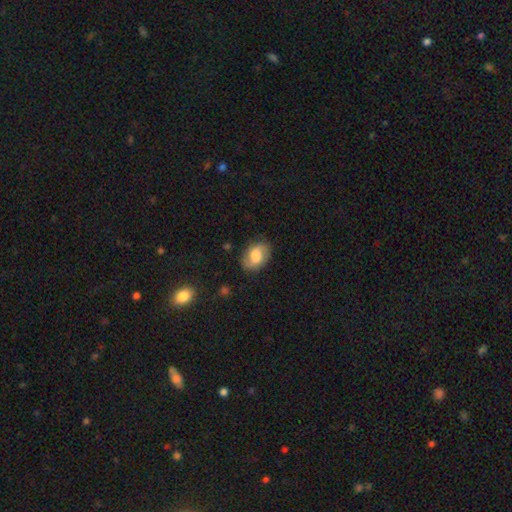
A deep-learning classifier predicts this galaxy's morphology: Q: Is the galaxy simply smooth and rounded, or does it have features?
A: smooth — 50%.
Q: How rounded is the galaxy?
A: in between — 78%.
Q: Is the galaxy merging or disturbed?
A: none — 79%.